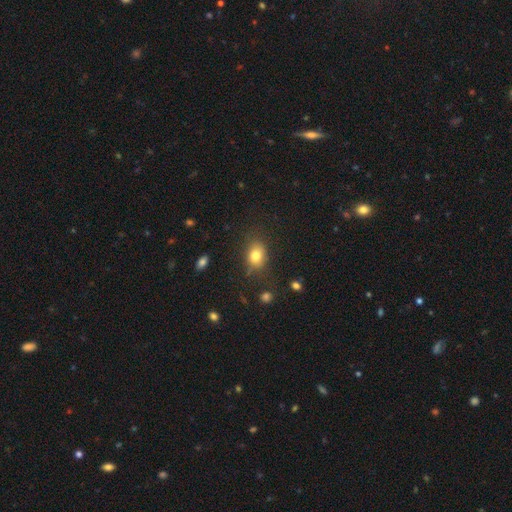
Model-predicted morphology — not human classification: smooth_or_featured: smooth (p=0.79) [alt: star or artifact p=0.11]
how_rounded: in between (p=0.65) [alt: round p=0.34]
merging: none (p=0.74) [alt: minor disturbance p=0.18]